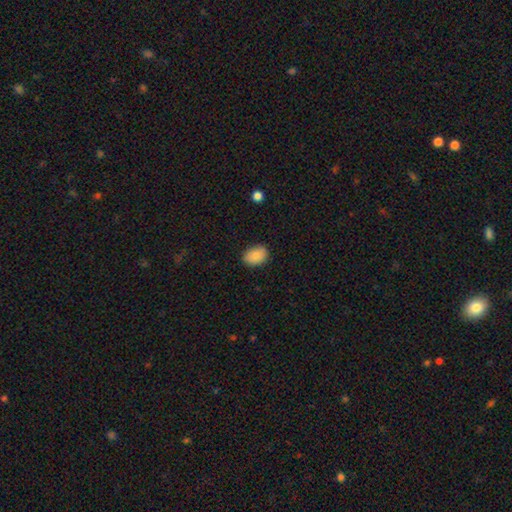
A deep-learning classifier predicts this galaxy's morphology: smooth 88%, star or artifact 7%, featured or disk 5%. Down the decision tree: how rounded — in between (80%); merging — none (86%).